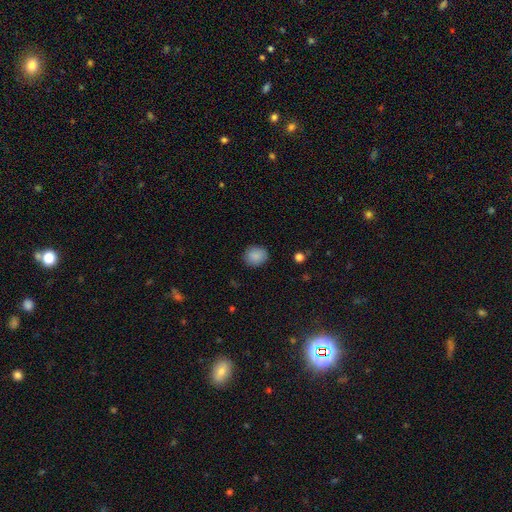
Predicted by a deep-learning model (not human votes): smooth 88%, star or artifact 8%, featured or disk 4%. Down the decision tree: how rounded — round (76%); merging — none (87%).